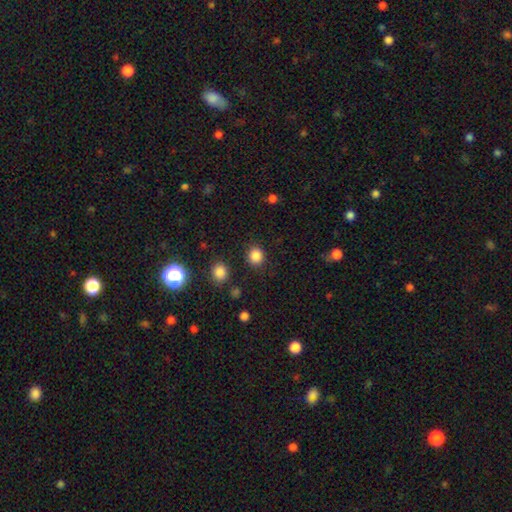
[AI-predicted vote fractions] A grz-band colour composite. It shows a smooth galaxy with no disk features (85%) that is round (83%). Merging: none (87%).